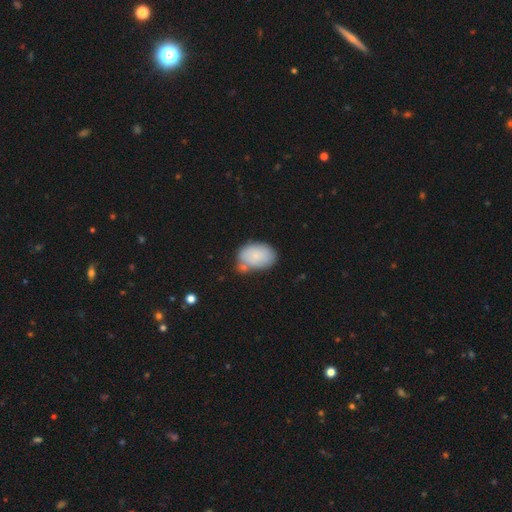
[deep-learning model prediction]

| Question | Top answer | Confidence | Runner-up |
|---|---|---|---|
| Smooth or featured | smooth | 79% | featured or disk (15%) |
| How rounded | in between | 85% | round (14%) |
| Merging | none | 50% | minor disturbance (26%) |